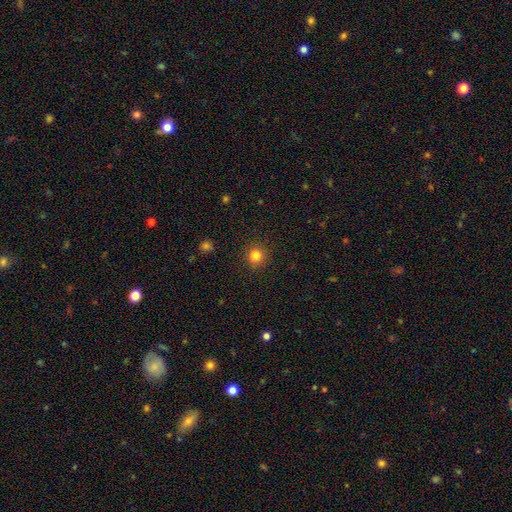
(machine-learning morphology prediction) A smooth galaxy with no disk features (83%) that is round (92%). Merging: none (91%).